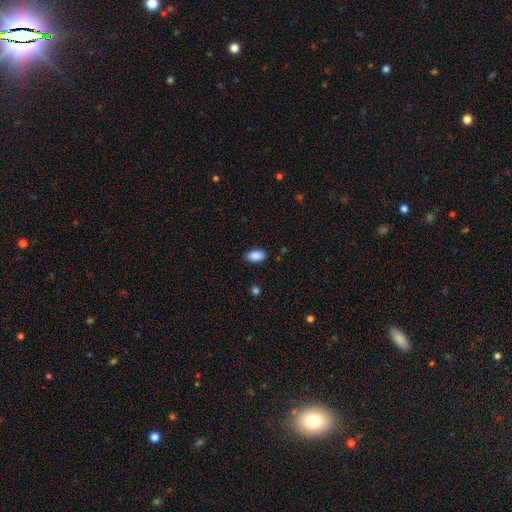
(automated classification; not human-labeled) Smooth or featured? smooth (89%)
How rounded? in between (93%)
Merging? none (86%)